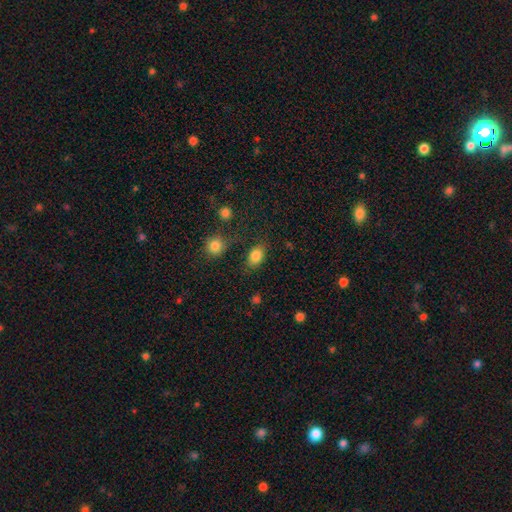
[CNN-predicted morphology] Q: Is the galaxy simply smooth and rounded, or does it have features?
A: smooth — 85%.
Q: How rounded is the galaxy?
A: in between — 80%.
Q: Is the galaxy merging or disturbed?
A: none — 73%.